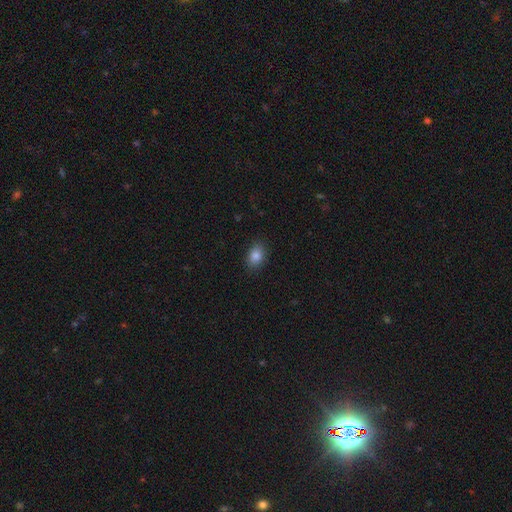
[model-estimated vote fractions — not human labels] A smooth galaxy with no disk features (85%) that is in between round and cigar-shaped (82%). Merging: none (86%).